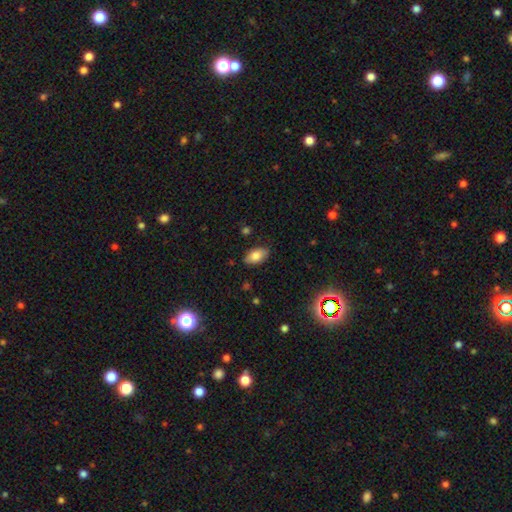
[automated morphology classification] smooth_or_featured: smooth (p=0.79) [alt: featured or disk p=0.12]
how_rounded: in between (p=0.93) [alt: round p=0.05]
merging: none (p=0.84) [alt: minor disturbance p=0.12]